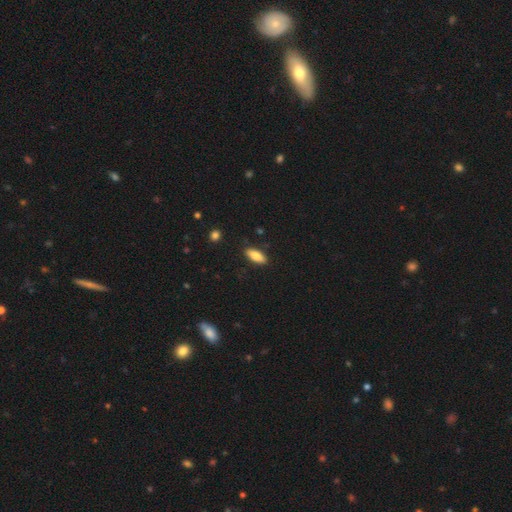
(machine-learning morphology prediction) This appears to be a smooth galaxy with no disk features (82%) that is in between round and cigar-shaped (76%). Merging: none (87%).